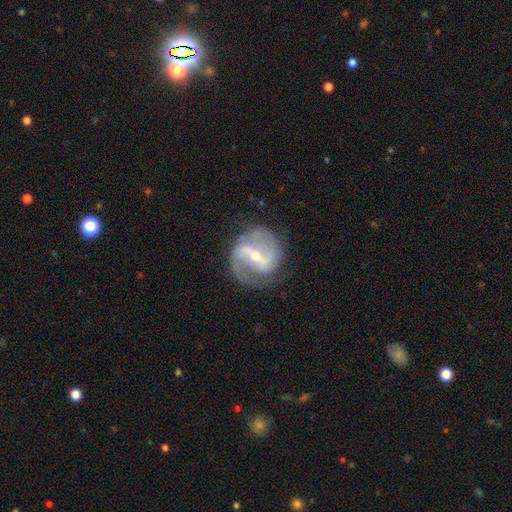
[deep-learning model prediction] Smooth or featured: featured or disk — 87% (smooth — 7%)
Edge-on disk: no — 97% (yes — 3%)
Bar: strong — 52% (weak — 37%)
Spiral arms: yes — 94% (no — 6%)
Spiral winding: medium — 50% (loose — 29%)
Spiral arm count: 2 — 84% (can't tell — 6%)
Bulge size: small — 56% (moderate — 40%)
Merging: none — 76% (minor disturbance — 15%)